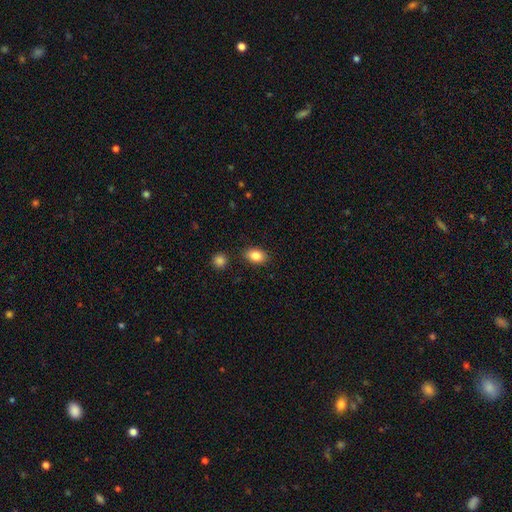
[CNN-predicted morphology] Smooth or featured? Predicted: smooth (p=0.86). How rounded? Predicted: in between (p=0.83). Merging? Predicted: none (p=0.86).